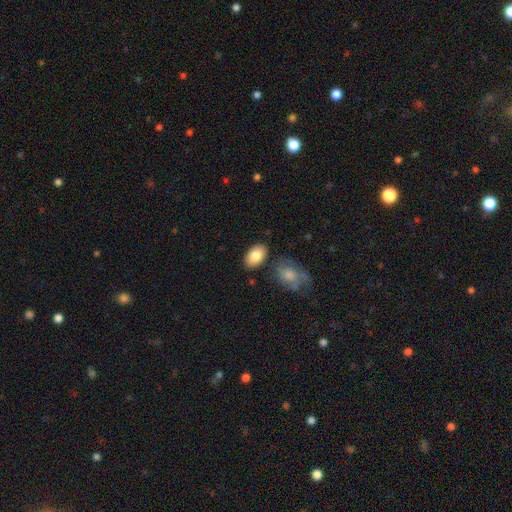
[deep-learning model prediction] Smooth or featured? smooth (84%)
How rounded? in between (91%)
Merging? none (80%)